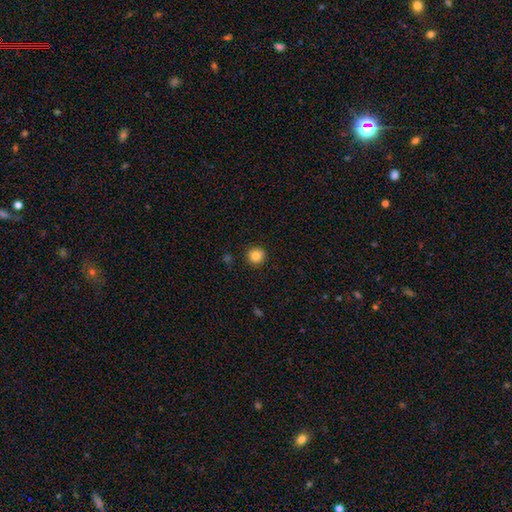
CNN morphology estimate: Smooth or featured? smooth (85%)
How rounded? round (93%)
Merging? none (91%)